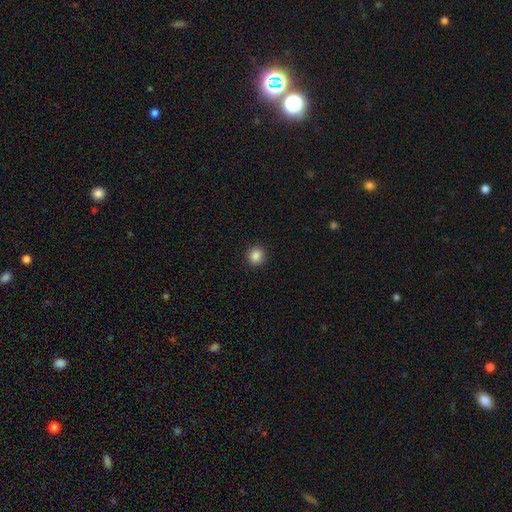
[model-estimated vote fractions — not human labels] Smooth or featured? Predicted: smooth (p=0.86). How rounded? Predicted: round (p=0.92). Merging? Predicted: none (p=0.92).